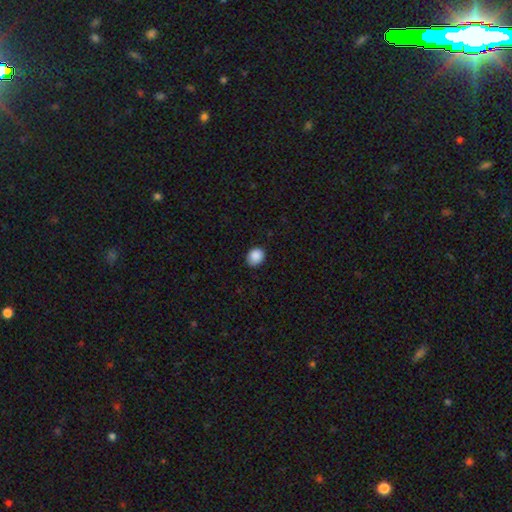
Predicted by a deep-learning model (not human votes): smooth-or-featured: smooth: 89% | star or artifact: 9% | featured or disk: 3%
  how-rounded: round: 58% | in between: 41% | cigar-shaped: 1%
  merging: none: 85% | minor disturbance: 12% | major disturbance: 2% | merger: 1%